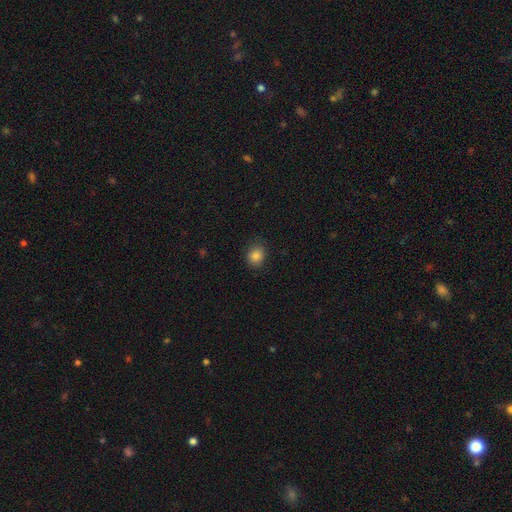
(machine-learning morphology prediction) Overall: smooth (85%). How rounded: round (68%; in between 31%). Merging: none (84%).